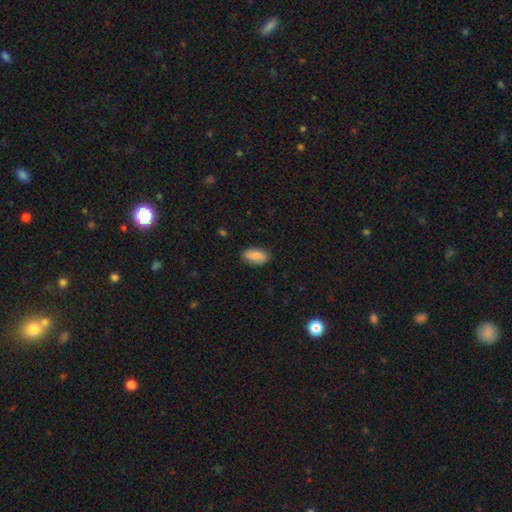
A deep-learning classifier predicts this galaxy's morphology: smooth-or-featured: smooth: 86% | featured or disk: 8% | star or artifact: 6%
  how-rounded: in between: 92% | cigar-shaped: 5% | round: 3%
  merging: none: 86% | minor disturbance: 11% | major disturbance: 2% | merger: 1%